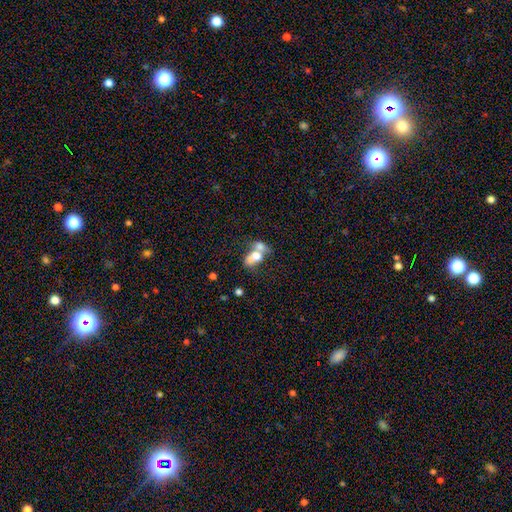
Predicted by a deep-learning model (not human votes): smooth_or_featured: smooth (p=0.61) [alt: featured or disk p=0.30]
how_rounded: in between (p=0.74) [alt: round p=0.21]
merging: merger (p=0.73) [alt: none p=0.13]